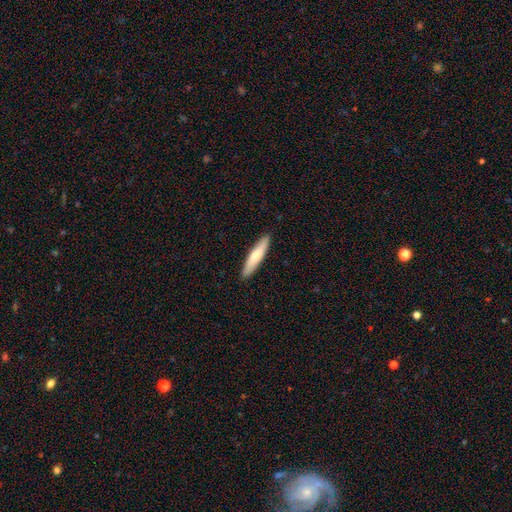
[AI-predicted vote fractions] A smooth galaxy with no disk features (64%) that is cigar-shaped (86%). Merging: none (91%).